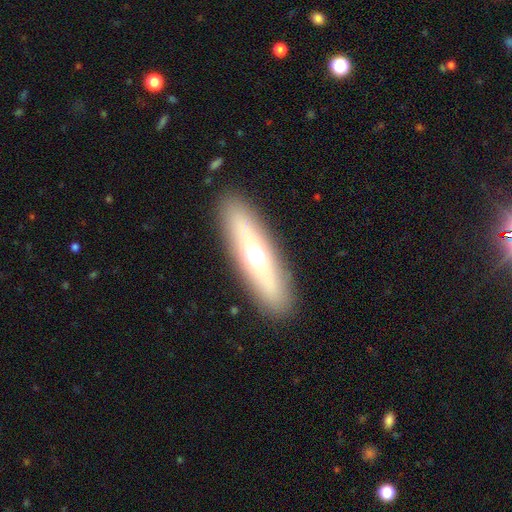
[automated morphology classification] This is possibly a smooth galaxy (52%). How rounded: possibly cigar-shaped (58%). Merging: clearly none (88%).